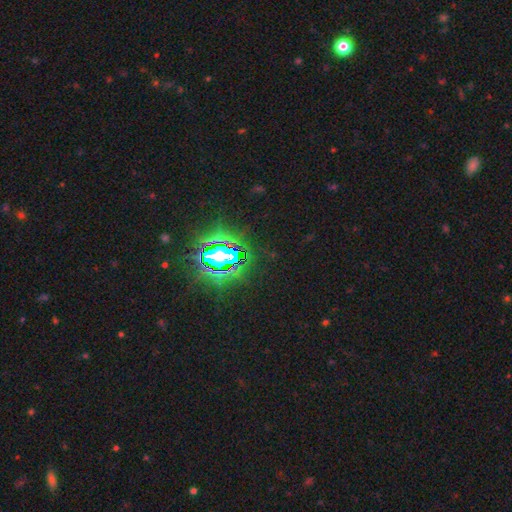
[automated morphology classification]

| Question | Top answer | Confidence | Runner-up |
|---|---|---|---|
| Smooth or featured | star or artifact | 85% | smooth (9%) |